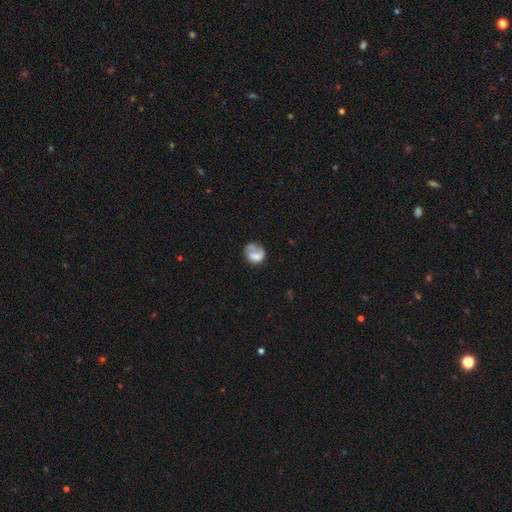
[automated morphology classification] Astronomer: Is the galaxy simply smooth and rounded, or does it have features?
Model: smooth — 52% (runner-up: featured or disk, 39%).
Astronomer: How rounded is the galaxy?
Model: round — 65%.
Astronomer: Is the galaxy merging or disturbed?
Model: none — 38% (runner-up: major disturbance, 28%).